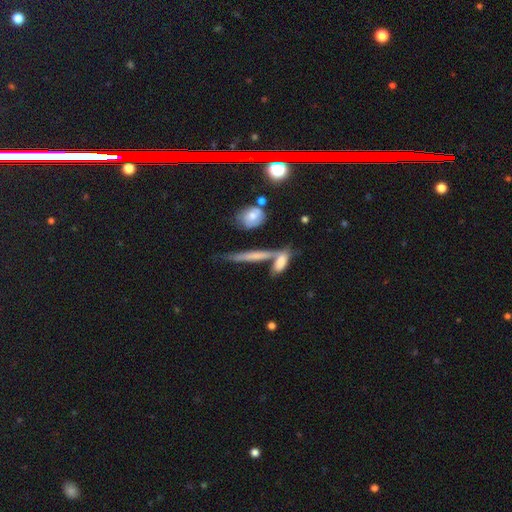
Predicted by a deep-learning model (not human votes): Smooth or featured: smooth — 51% (featured or disk — 37%)
How rounded: cigar-shaped — 75% (in between — 19%)
Merging: none — 49% (merger — 30%)